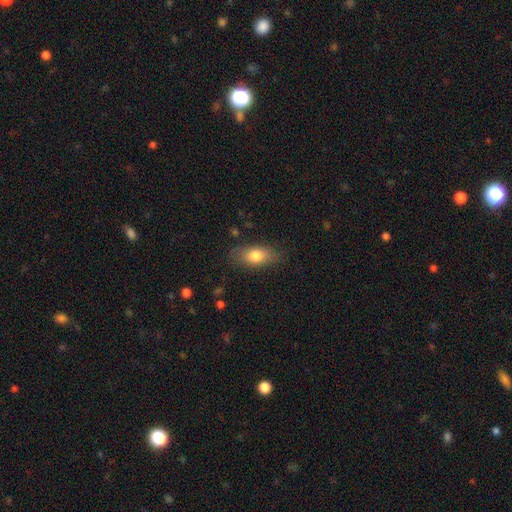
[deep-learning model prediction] The model was most divided on "smooth or featured": smooth: 77%, featured or disk: 15%, star or artifact: 7%. More confident: how rounded — in between (83%); merging — none (80%).